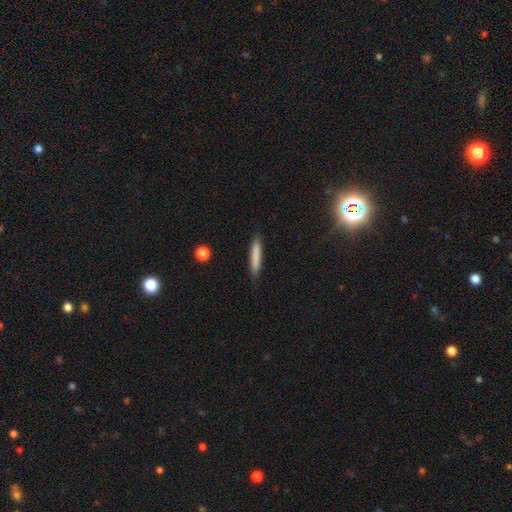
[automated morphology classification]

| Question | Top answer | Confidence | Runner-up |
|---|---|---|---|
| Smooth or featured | smooth | 80% | featured or disk (13%) |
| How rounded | cigar-shaped | 92% | in between (7%) |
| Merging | none | 86% | minor disturbance (10%) |